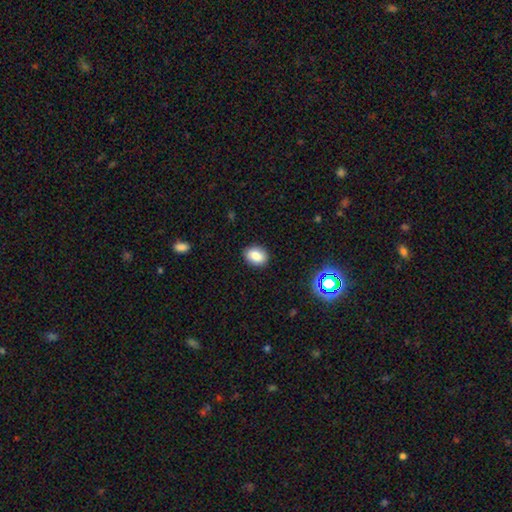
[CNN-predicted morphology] type=smooth (83%); roundness=in between (68%); merging=none (88%).